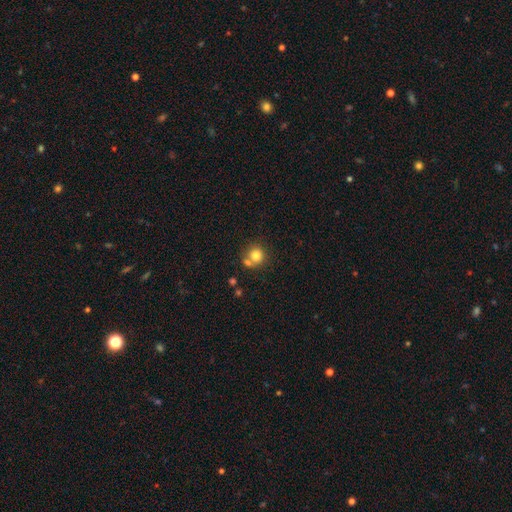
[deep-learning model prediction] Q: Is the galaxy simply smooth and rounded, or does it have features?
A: smooth — 79%.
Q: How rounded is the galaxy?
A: round — 89%.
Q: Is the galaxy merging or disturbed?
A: none — 57%.